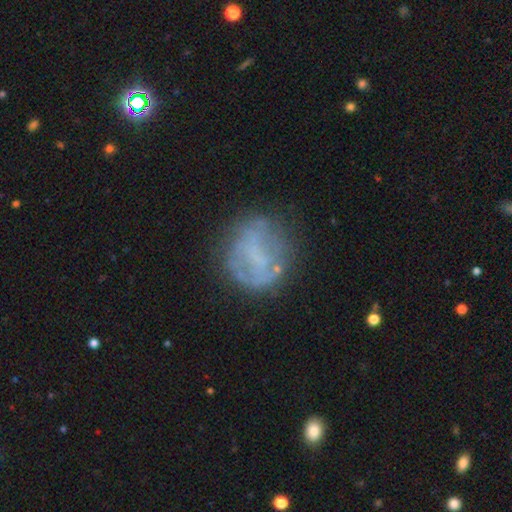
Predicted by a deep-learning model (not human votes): featured or disk 51%, smooth 36%, star or artifact 14%. Down the decision tree: edge-on disk — no (97%); merging — none (64%).